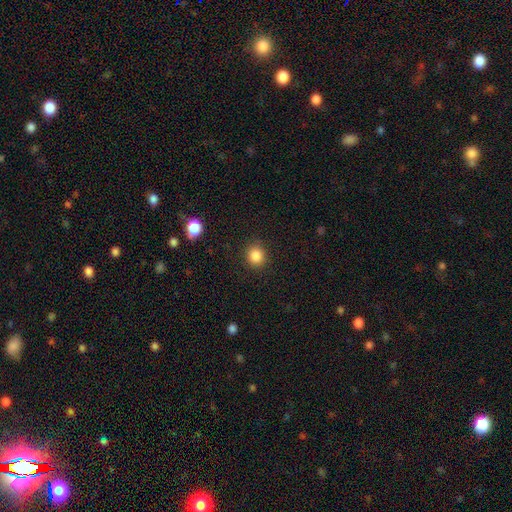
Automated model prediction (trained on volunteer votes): This appears to be a smooth galaxy with no disk features (86%) that is round (82%). Merging: none (89%).